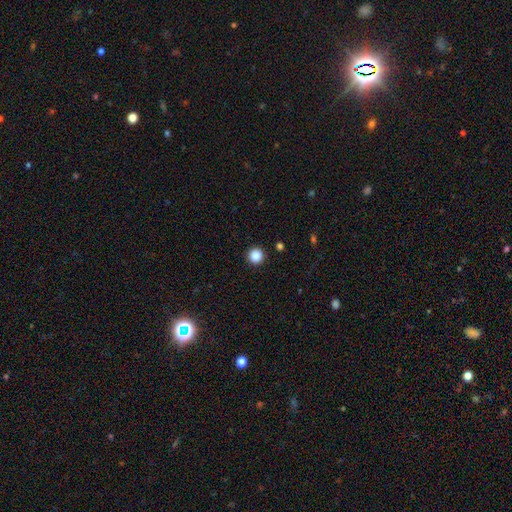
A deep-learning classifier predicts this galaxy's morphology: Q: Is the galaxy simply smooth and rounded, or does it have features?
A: smooth — 87%.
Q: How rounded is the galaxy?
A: round — 96%.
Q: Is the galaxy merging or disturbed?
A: none — 93%.